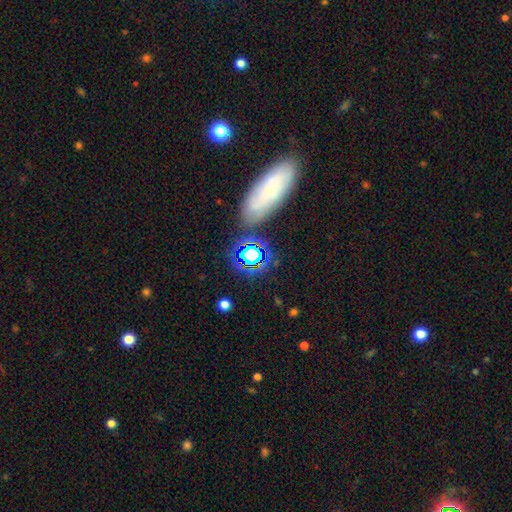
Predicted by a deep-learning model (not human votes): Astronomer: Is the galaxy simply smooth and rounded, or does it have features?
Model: star or artifact — 46% (runner-up: smooth, 38%).